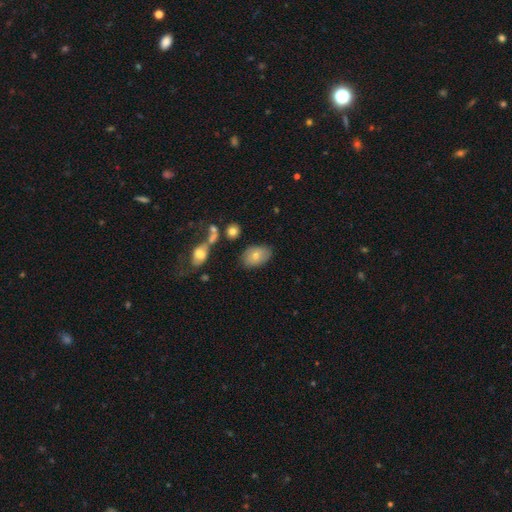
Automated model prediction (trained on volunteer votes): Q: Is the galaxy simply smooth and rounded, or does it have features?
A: smooth — 76%.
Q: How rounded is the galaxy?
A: in between — 87%.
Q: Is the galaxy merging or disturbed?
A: none — 73%.